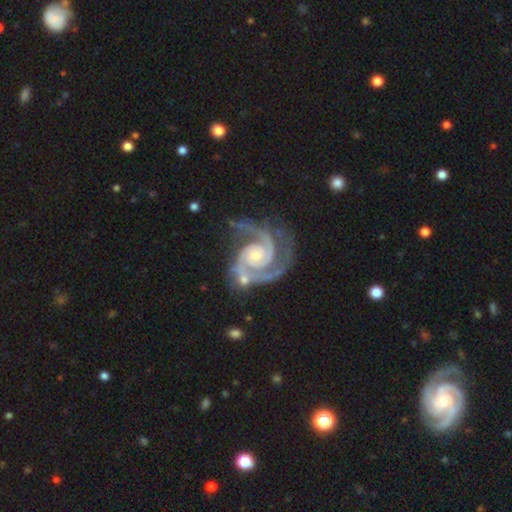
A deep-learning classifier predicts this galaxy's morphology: smooth-or-featured: featured or disk: 94% | star or artifact: 4% | smooth: 2%
  disk-edge-on: no: 98% | yes: 2%
    bar: no: 66% | weak: 25% | strong: 9%
    has-spiral-arms: yes: 99% | no: 1%
      spiral-winding: tight: 50% | medium: 45% | loose: 5%
      spiral-arm-count: 2: 85% | 3: 8% | can't tell: 2% | 1: 2% | 4: 1% | more than 4: 1%
    bulge-size: small: 57% | moderate: 37% | large: 2% | none: 2% | dominant: 1%
  merging: none: 64% | minor disturbance: 20% | major disturbance: 9% | merger: 7%